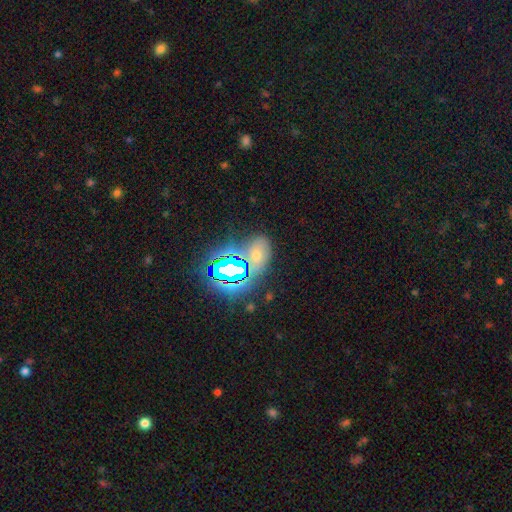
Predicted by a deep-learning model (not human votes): smooth_or_featured: star or artifact (p=0.61) [alt: smooth p=0.25]